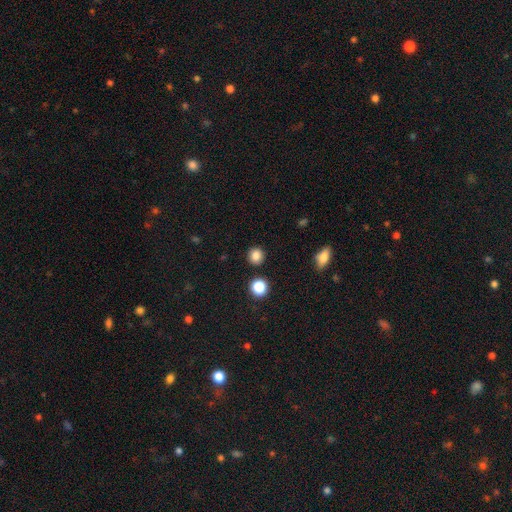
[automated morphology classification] Smooth or featured? Predicted: smooth (p=0.84). How rounded? Predicted: round (p=0.91). Merging? Predicted: none (p=0.90).